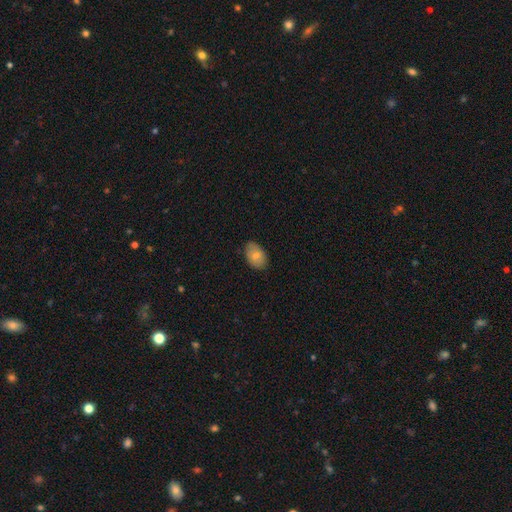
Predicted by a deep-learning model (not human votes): Smooth or featured? smooth (79%)
How rounded? in between (88%)
Merging? none (81%)